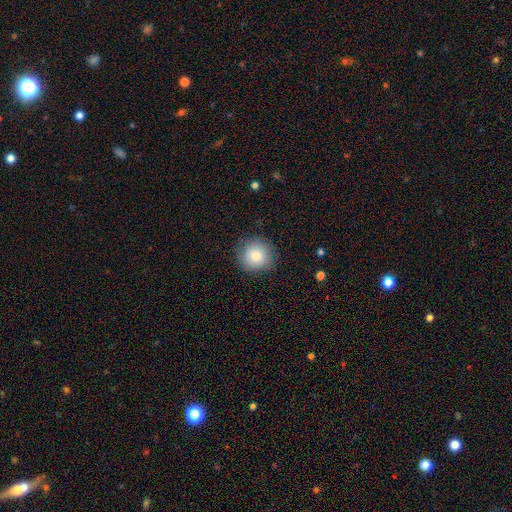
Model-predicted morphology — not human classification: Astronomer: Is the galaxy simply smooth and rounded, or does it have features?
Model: smooth — 82%.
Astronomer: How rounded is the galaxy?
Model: round — 94%.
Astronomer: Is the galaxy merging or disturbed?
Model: none — 88%.